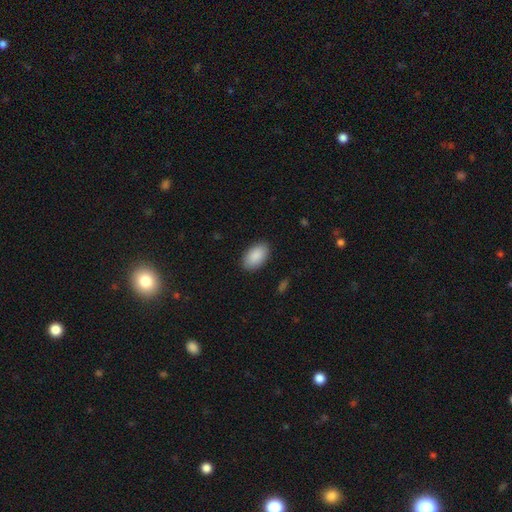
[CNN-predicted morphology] Smooth or featured? Predicted: smooth (p=0.90). How rounded? Predicted: in between (p=0.95). Merging? Predicted: none (p=0.88).